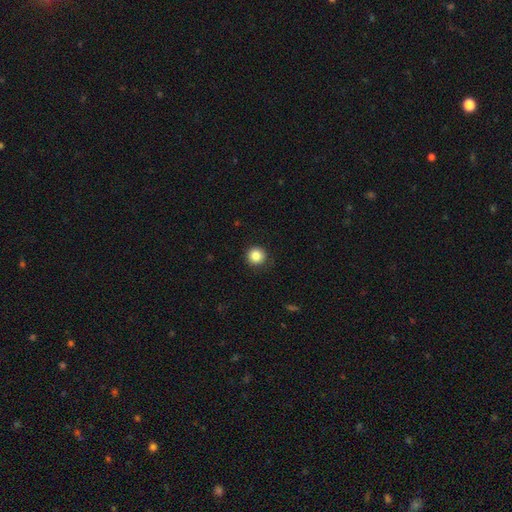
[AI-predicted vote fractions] The model was most divided on "smooth or featured": smooth: 85%, star or artifact: 10%, featured or disk: 5%. More confident: how rounded — round (95%); merging — none (90%).